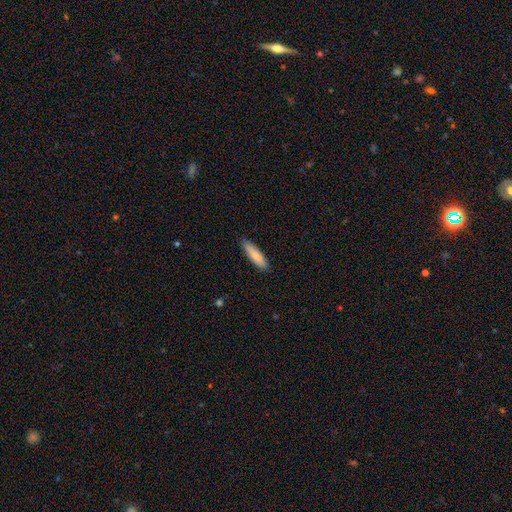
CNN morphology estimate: A smooth galaxy with no disk features (82%) that is cigar-shaped (71%). Merging: none (87%).